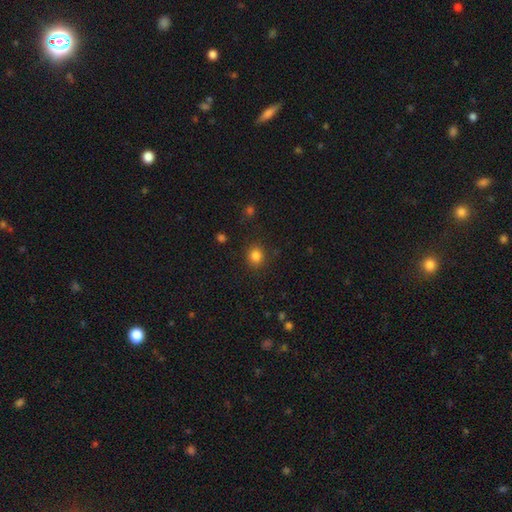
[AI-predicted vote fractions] Smooth or featured? smooth (83%)
How rounded? round (80%)
Merging? none (87%)